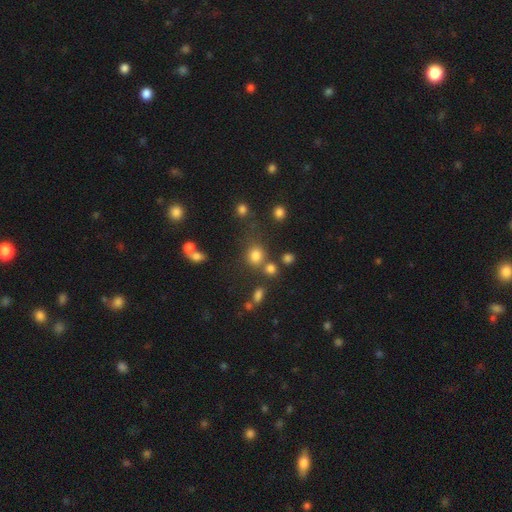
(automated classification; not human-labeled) This appears to be a smooth galaxy with no disk features (77%) that is round (78%). Merging: none (62%).